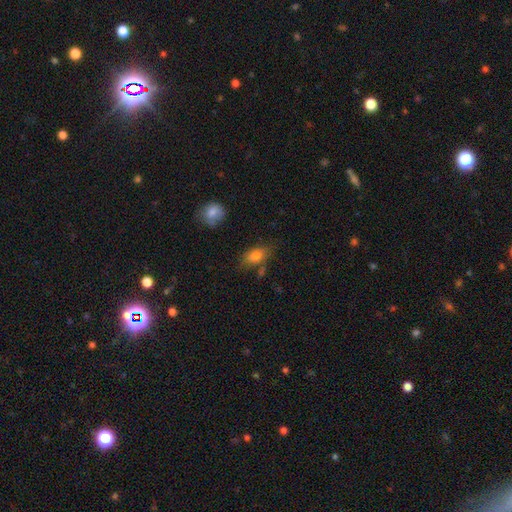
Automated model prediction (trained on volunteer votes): Smooth or featured?
  - smooth: 80% *
  - featured or disk: 12%
  - star or artifact: 8%
How rounded?
  - in between: 86% *
  - round: 8%
  - cigar-shaped: 5%
Merging?
  - none: 66% *
  - minor disturbance: 21%
  - merger: 7%
  - major disturbance: 6%